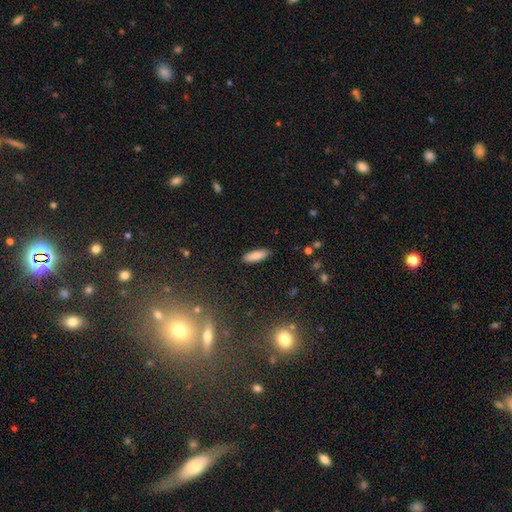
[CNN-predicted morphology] Smooth or featured: smooth — 87% (star or artifact — 7%)
How rounded: in between — 56% (cigar-shaped — 42%)
Merging: none — 88% (minor disturbance — 9%)